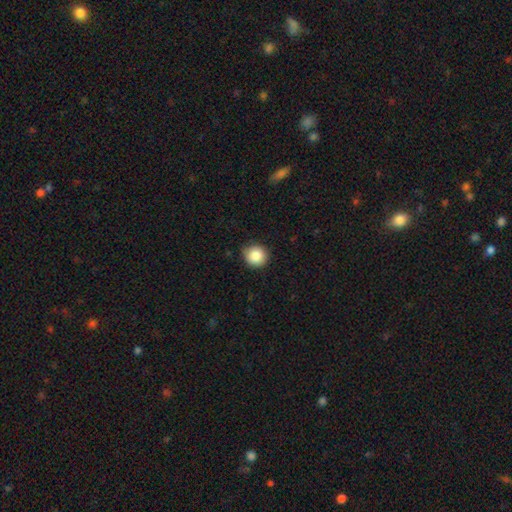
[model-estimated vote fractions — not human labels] smooth-or-featured: smooth: 87% | star or artifact: 9% | featured or disk: 4%
  how-rounded: round: 93% | in between: 6% | cigar-shaped: 1%
  merging: none: 88% | minor disturbance: 9% | major disturbance: 2% | merger: 1%